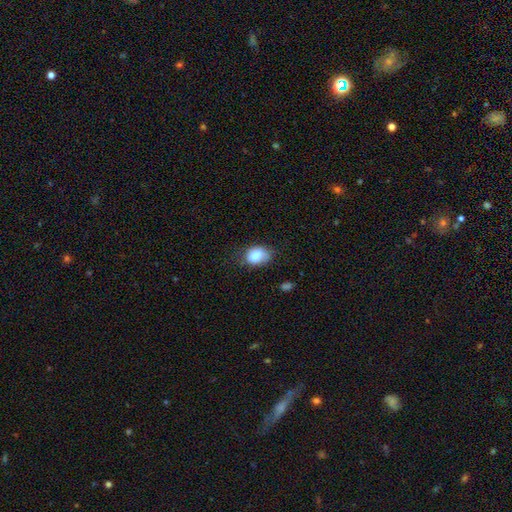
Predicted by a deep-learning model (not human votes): This is likely a smooth galaxy (80%). How rounded: likely in between (73%). Merging: possibly none (51%).